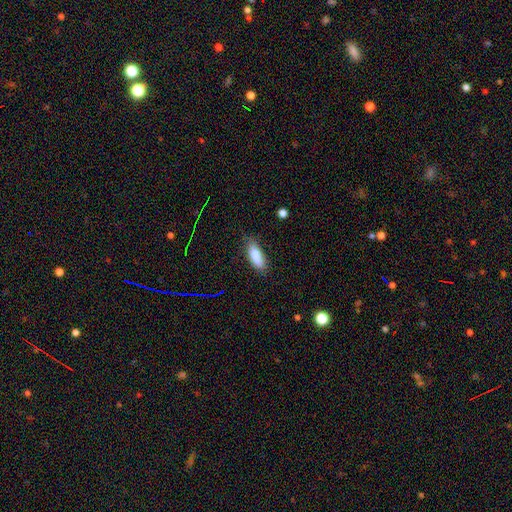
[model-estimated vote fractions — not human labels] Q: Smooth or featured?
A: smooth (84%); runner-up: featured or disk (8%)
Q: How rounded?
A: in between (69%); runner-up: cigar-shaped (29%)
Q: Merging?
A: none (71%); runner-up: minor disturbance (23%)